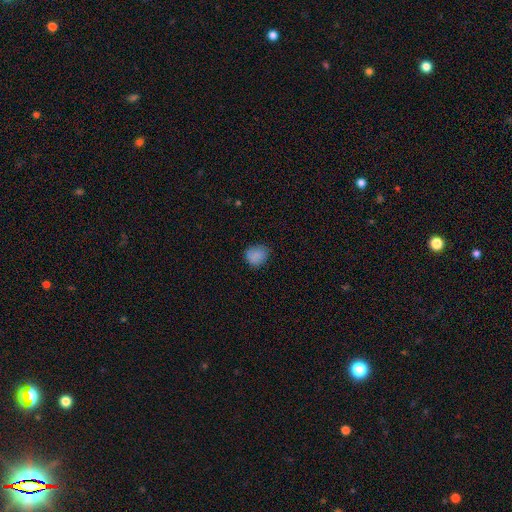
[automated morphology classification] A smooth galaxy with no disk features (85%) that is round (67%).

Vote fractions:
- Smooth or featured? smooth: 85% / star or artifact: 10% / featured or disk: 6%
- How rounded? round: 67% / in between: 32% / cigar-shaped: 1%
- Merging? none: 74% / minor disturbance: 21% / major disturbance: 4% / merger: 1%